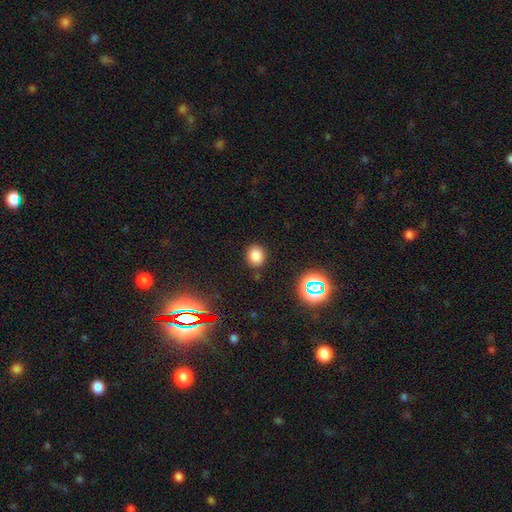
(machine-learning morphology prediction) The model was most divided on "how rounded": round: 75%, in between: 24%, cigar-shaped: 1%. More confident: merging — none (87%); smooth or featured — smooth (79%).